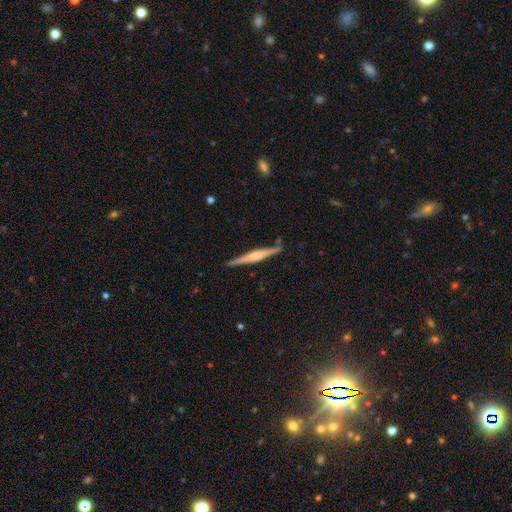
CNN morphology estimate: type=featured or disk (71%); edge-on=yes (98%); edge-on bulge=rounded (56%); merging=none (89%).